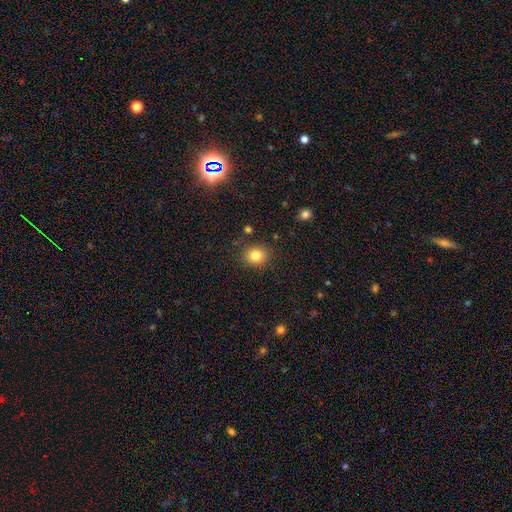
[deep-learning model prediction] Overall: smooth (82%). How rounded: round (78%). Merging: none (86%).